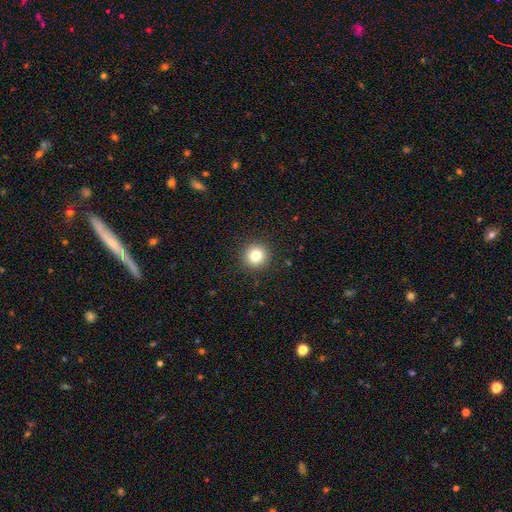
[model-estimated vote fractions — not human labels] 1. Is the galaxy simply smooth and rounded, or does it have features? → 82% smooth, 11% star or artifact, 7% featured or disk.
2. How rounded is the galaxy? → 94% round, 5% in between, 1% cigar-shaped.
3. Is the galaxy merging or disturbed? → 92% none, 5% minor disturbance, 2% major disturbance, 1% merger.